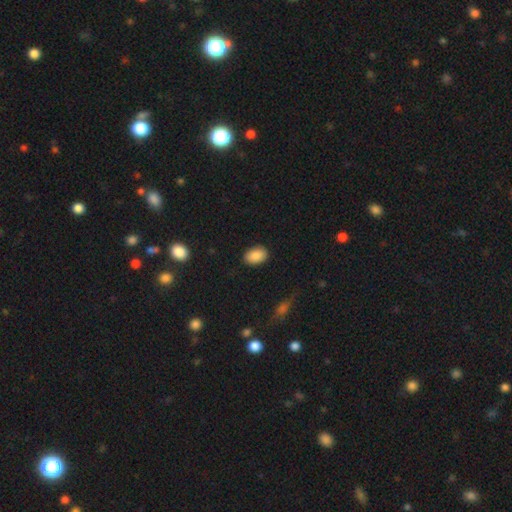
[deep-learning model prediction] Smooth or featured? Predicted: smooth (p=0.88). How rounded? Predicted: in between (p=0.88). Merging? Predicted: none (p=0.86).